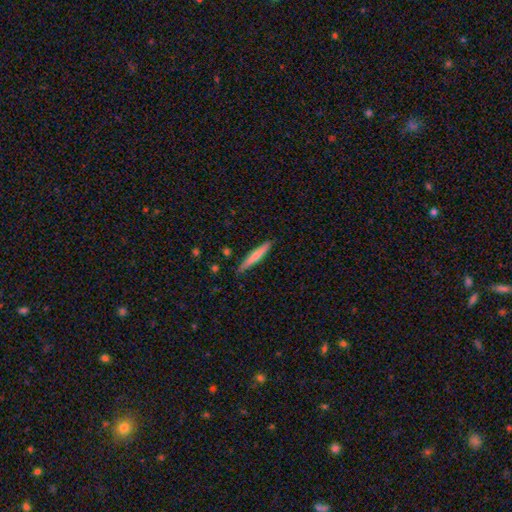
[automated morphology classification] The model was most divided on "smooth or featured": smooth: 68%, featured or disk: 27%, star or artifact: 5%. More confident: how rounded — cigar-shaped (94%); merging — none (88%).